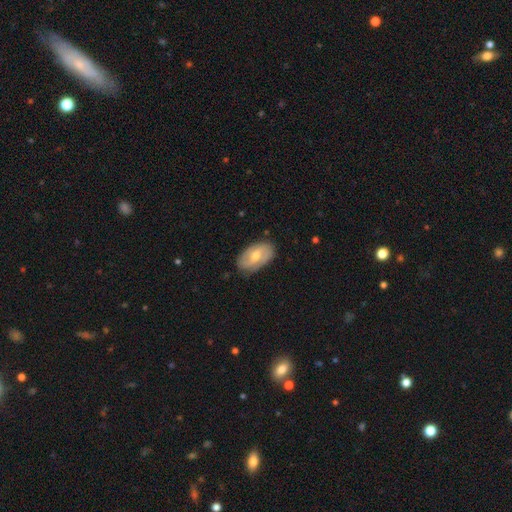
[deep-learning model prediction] Overall: featured or disk (54%; smooth 39%). Edge-on disk: no (92%). Merging: none (79%).